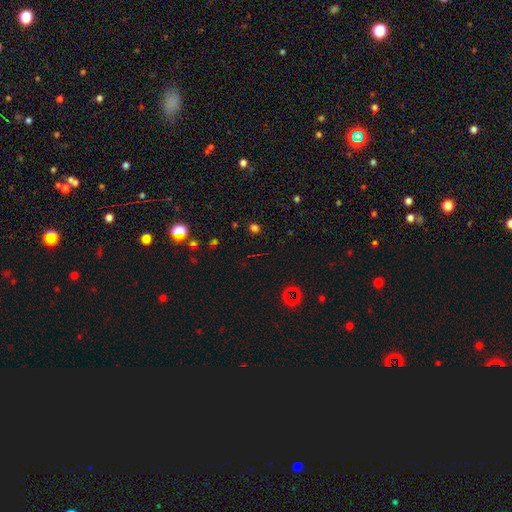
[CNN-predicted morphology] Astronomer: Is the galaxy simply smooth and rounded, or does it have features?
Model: star or artifact — 60%.